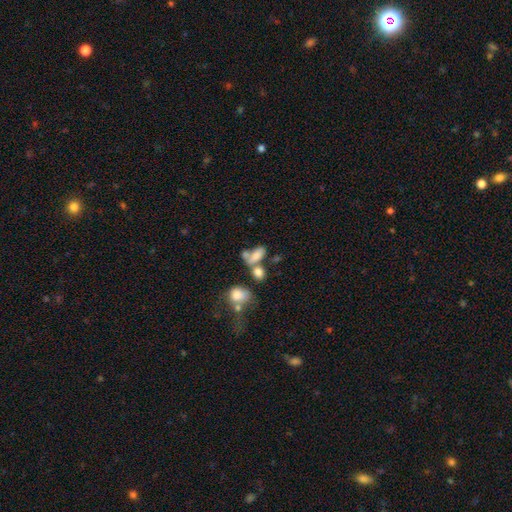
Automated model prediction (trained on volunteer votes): The model was most divided on "merging": merger: 48%, none: 28%, minor disturbance: 12%, major disturbance: 11%. More confident: how rounded — in between (83%); smooth or featured — smooth (72%).